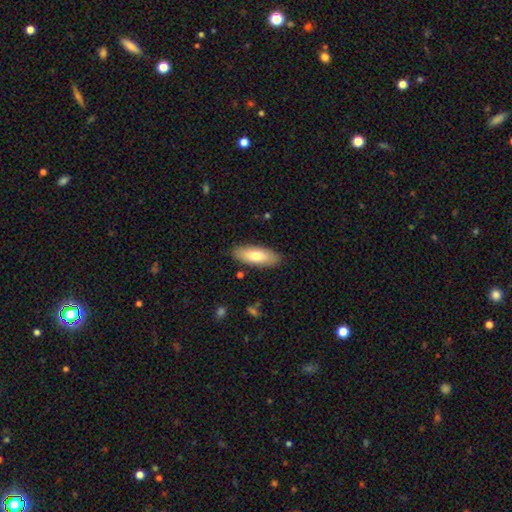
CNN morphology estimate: Smooth or featured: smooth — 72% (featured or disk — 22%)
How rounded: in between — 74% (cigar-shaped — 24%)
Merging: none — 87% (minor disturbance — 10%)